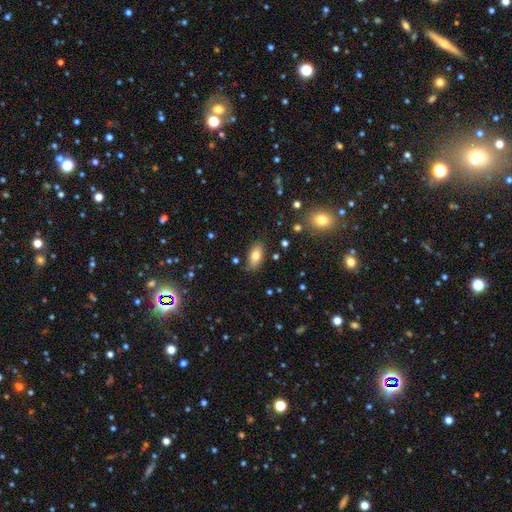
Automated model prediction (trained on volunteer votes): Overall: smooth (77%). How rounded: in between (89%). Merging: none (82%).